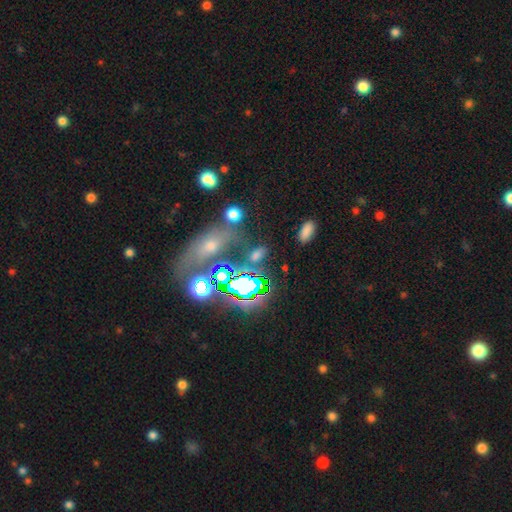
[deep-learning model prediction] Smooth or featured?
  - smooth: 52% *
  - star or artifact: 36%
  - featured or disk: 12%
How rounded?
  - in between: 74% *
  - round: 16%
  - cigar-shaped: 10%
Merging?
  - none: 70% *
  - minor disturbance: 14%
  - merger: 8%
  - major disturbance: 8%